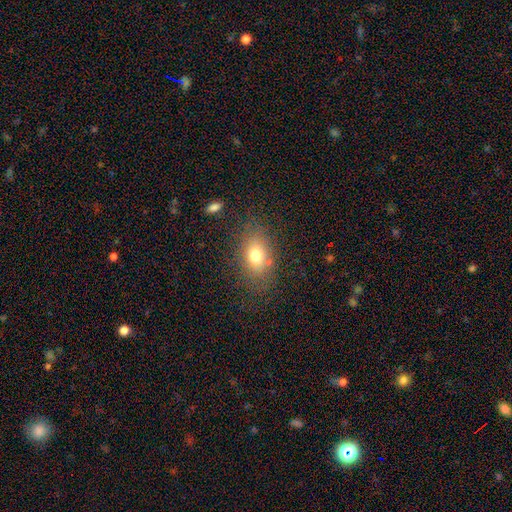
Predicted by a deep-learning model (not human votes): Morphology: type=smooth (74%); roundness=in between (76%); merging=none (78%).